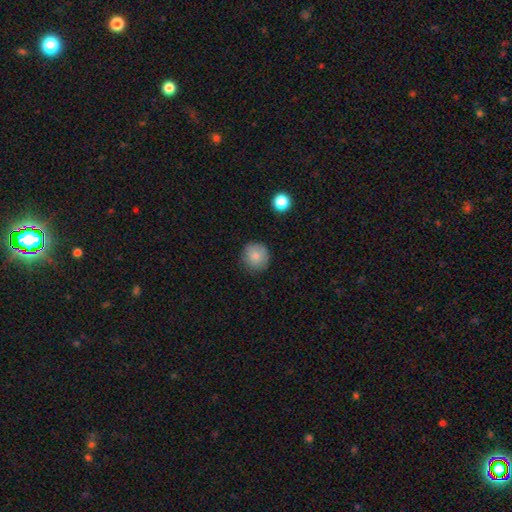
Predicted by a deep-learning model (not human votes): Morphology: type=smooth (83%); roundness=round (92%); merging=none (85%).